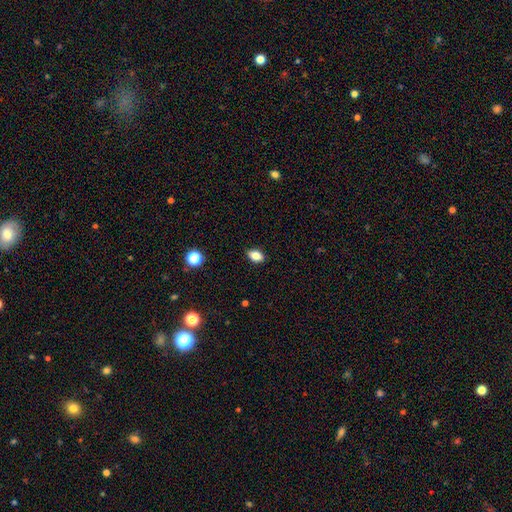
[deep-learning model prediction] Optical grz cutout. It shows a smooth galaxy with no disk features (80%) that is in between round and cigar-shaped (84%). Merging: none (87%).